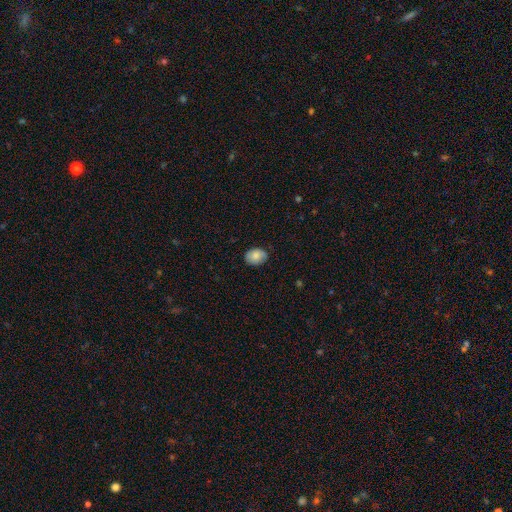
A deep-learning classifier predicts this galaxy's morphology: Smooth or featured: smooth — 82% (featured or disk — 11%)
How rounded: in between — 71% (round — 28%)
Merging: none — 82% (minor disturbance — 15%)